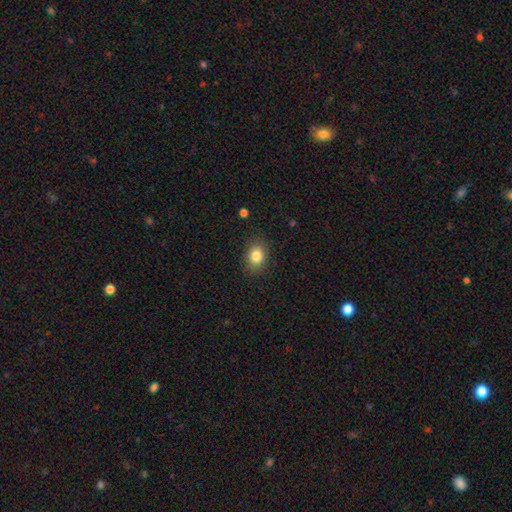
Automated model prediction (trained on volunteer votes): Smooth or featured? smooth (84%)
How rounded? in between (58%)
Merging? none (86%)